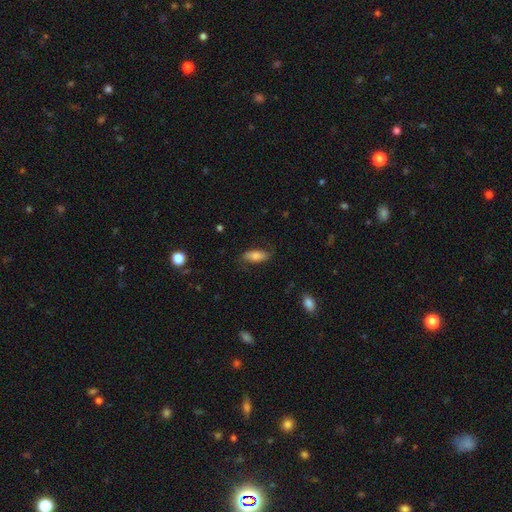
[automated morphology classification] The model was most divided on "smooth or featured": smooth: 65%, featured or disk: 27%, star or artifact: 7%. More confident: how rounded — in between (78%); merging — none (71%).